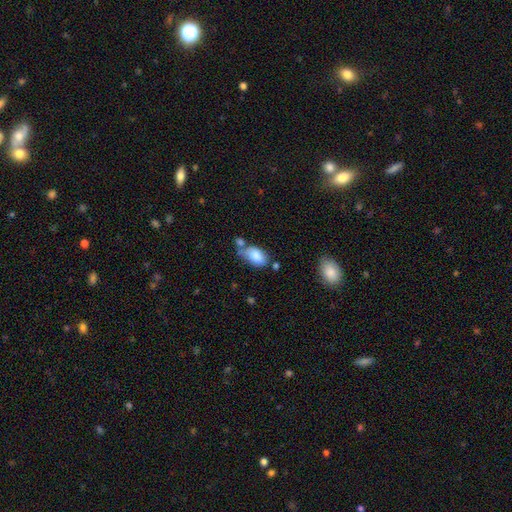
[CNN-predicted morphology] Smooth or featured? smooth (81%)
How rounded? in between (91%)
Merging? none (36%)